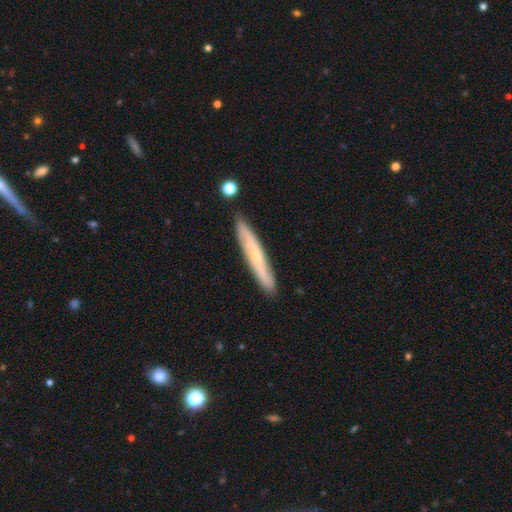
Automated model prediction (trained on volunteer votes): A featured or disk galaxy (54%) viewed edge-on (74%).

Vote fractions:
- Smooth or featured? featured or disk: 54% / smooth: 40% / star or artifact: 6%
- Edge-on disk? yes: 74% / no: 26%
- Merging? none: 86% / minor disturbance: 9% / merger: 2% / major disturbance: 2%